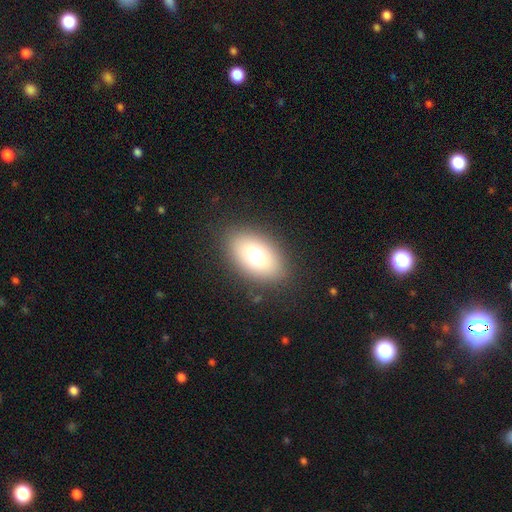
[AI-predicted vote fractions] Smooth or featured?
  - smooth: 73% *
  - featured or disk: 17%
  - star or artifact: 10%
How rounded?
  - in between: 89% *
  - round: 9%
  - cigar-shaped: 2%
Merging?
  - none: 85% *
  - minor disturbance: 10%
  - major disturbance: 4%
  - merger: 1%